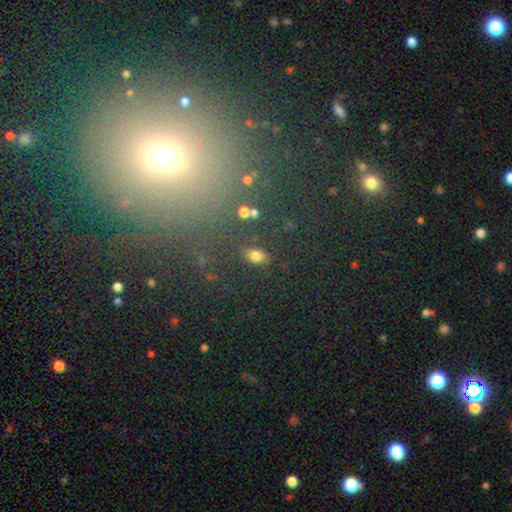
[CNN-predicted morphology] This is likely a smooth galaxy (75%). How rounded: clearly in between (84%). Merging: likely none (79%).